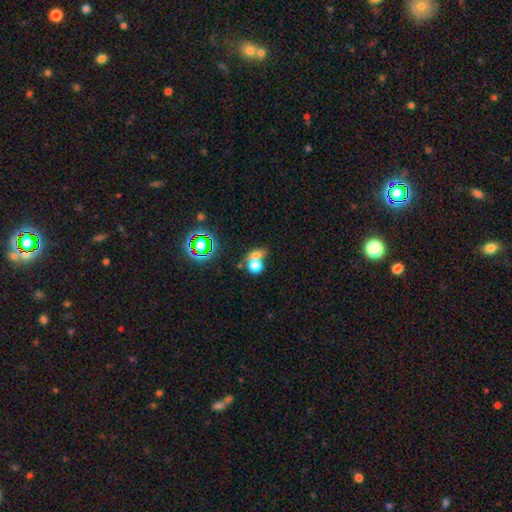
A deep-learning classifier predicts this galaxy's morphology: Overall: smooth (65%). How rounded: round (64%; in between 33%). Merging: merger (51%; none 36%).